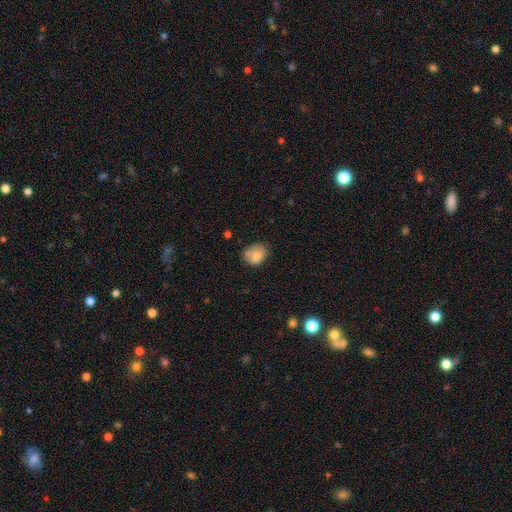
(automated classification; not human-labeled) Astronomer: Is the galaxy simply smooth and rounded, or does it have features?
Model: smooth — 76%.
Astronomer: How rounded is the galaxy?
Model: in between — 52% (runner-up: round, 47%).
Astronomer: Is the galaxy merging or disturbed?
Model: none — 50% (runner-up: minor disturbance, 29%).